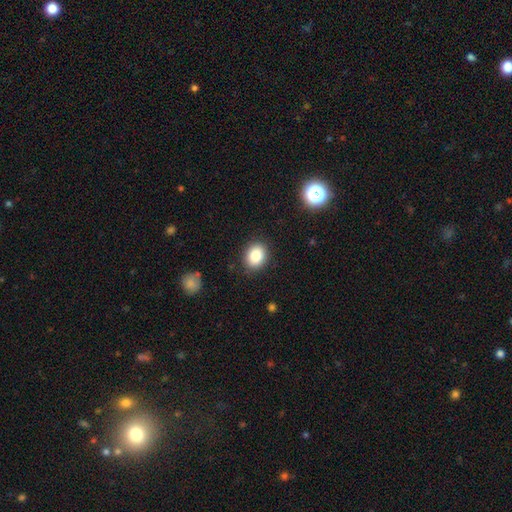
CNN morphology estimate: Smooth or featured? smooth (84%)
How rounded? in between (50%)
Merging? none (88%)